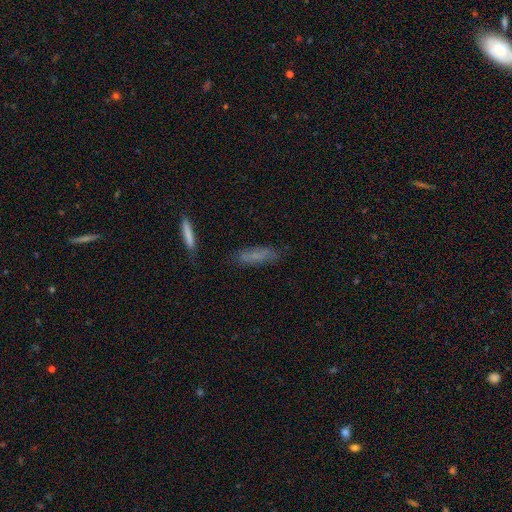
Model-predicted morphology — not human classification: The model was most divided on "how rounded": cigar-shaped: 70%, in between: 28%, round: 2%. More confident: merging — none (75%); smooth or featured — smooth (67%).